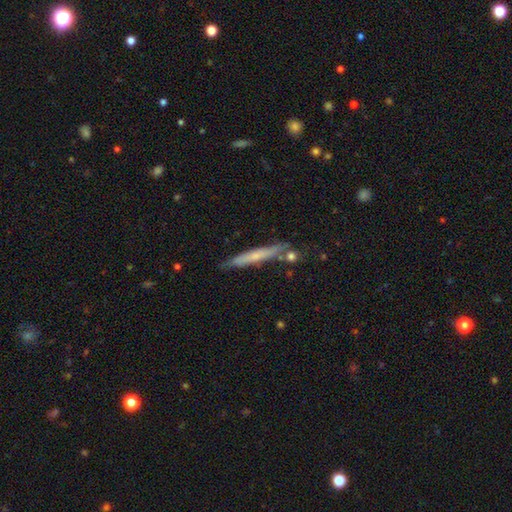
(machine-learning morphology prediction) type=featured or disk (47%); merging=none (77%).